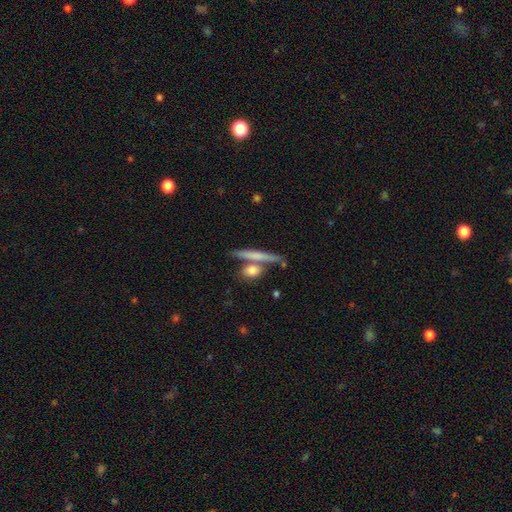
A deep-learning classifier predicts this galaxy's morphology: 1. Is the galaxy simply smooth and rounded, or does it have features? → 59% smooth, 35% featured or disk, 6% star or artifact.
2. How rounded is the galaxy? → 82% cigar-shaped, 11% in between, 8% round.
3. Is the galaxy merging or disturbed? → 67% none, 19% merger, 11% minor disturbance, 3% major disturbance.